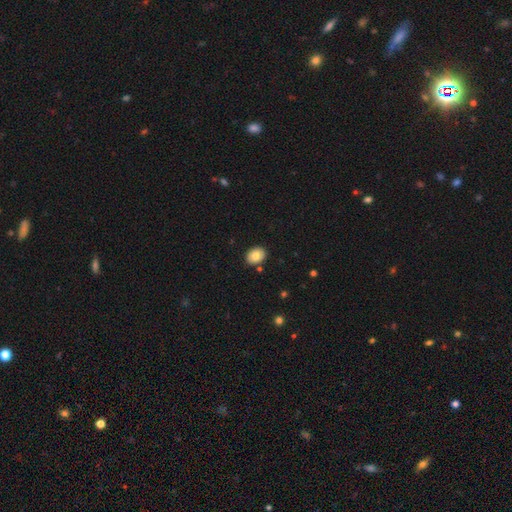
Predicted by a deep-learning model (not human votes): Smooth or featured? Predicted: smooth (p=0.83). How rounded? Predicted: in between (p=0.65). Merging? Predicted: none (p=0.87).